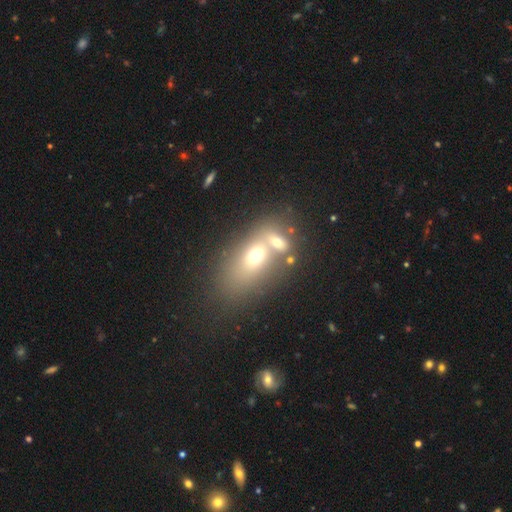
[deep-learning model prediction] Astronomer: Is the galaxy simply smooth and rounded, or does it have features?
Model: smooth — 60%.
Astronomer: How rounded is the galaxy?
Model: in between — 75%.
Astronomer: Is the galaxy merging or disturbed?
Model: merger — 58%.